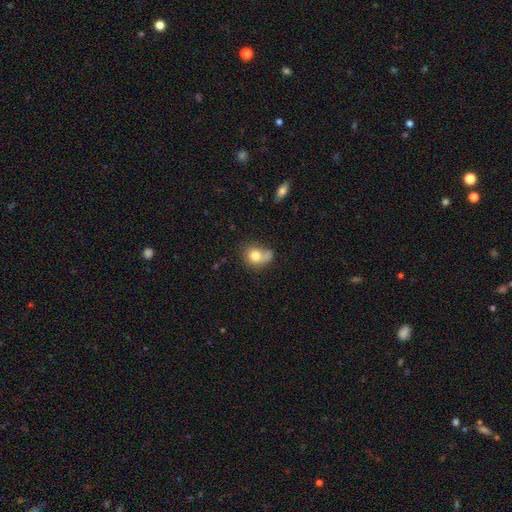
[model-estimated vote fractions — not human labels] The model was most divided on "merging": none: 40%, minor disturbance: 25%, merger: 20%, major disturbance: 15%. More confident: smooth or featured — smooth (78%); how rounded — round (61%).